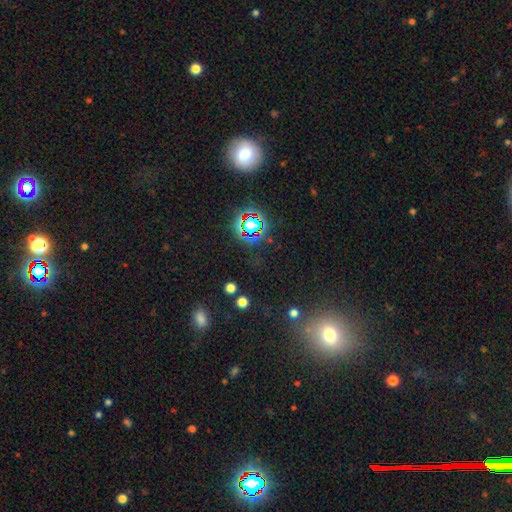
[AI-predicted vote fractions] A star or artifact, not a galaxy (66%).